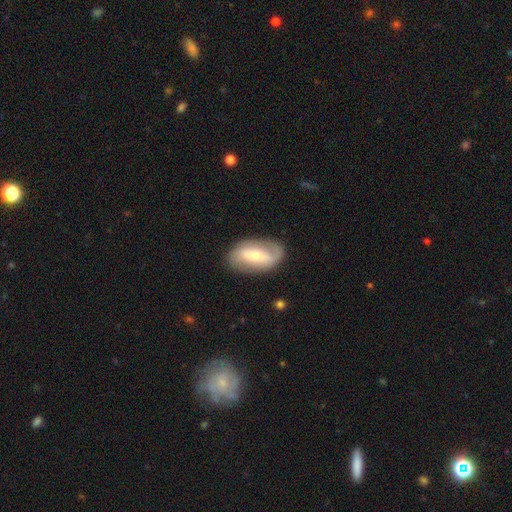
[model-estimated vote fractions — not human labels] This is likely a featured or disk galaxy (62%). It is clearly not viewed edge-on (92%). Bar: marginally strong (42%). Spiral arm pattern: likely yes (69%). Central bulge: possibly small (48%). Merging: likely none (79%).